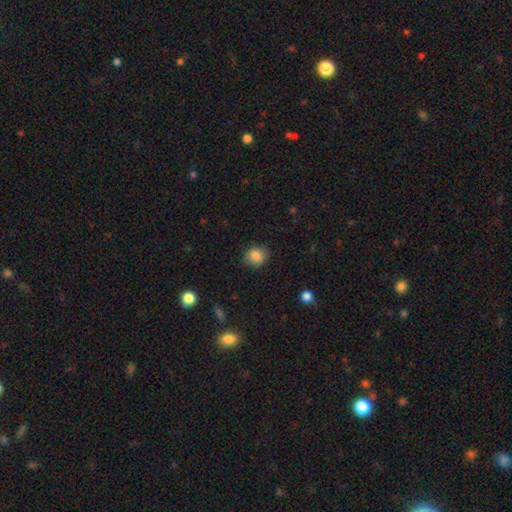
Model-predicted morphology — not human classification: smooth_or_featured: smooth (p=0.85) [alt: star or artifact p=0.10]
how_rounded: round (p=0.72) [alt: in between p=0.27]
merging: none (p=0.81) [alt: minor disturbance p=0.14]